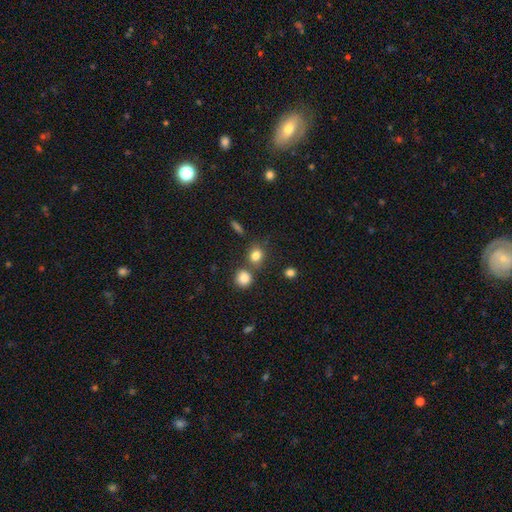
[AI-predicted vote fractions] Smooth or featured? Predicted: smooth (p=0.81). How rounded? Predicted: round (p=0.72). Merging? Predicted: none (p=0.69).